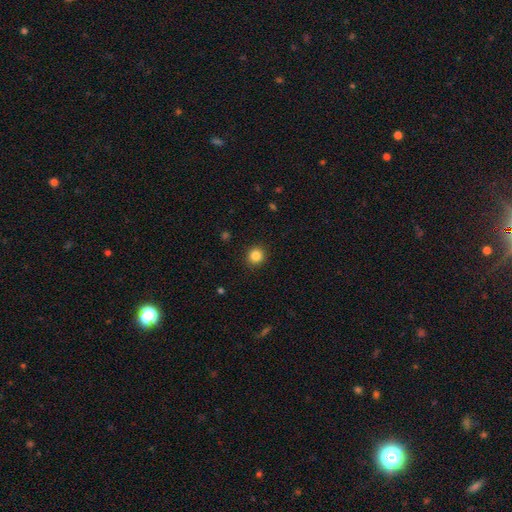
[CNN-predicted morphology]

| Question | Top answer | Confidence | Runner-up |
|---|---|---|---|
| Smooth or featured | smooth | 85% | star or artifact (11%) |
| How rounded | round | 93% | in between (6%) |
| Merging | none | 92% | minor disturbance (5%) |